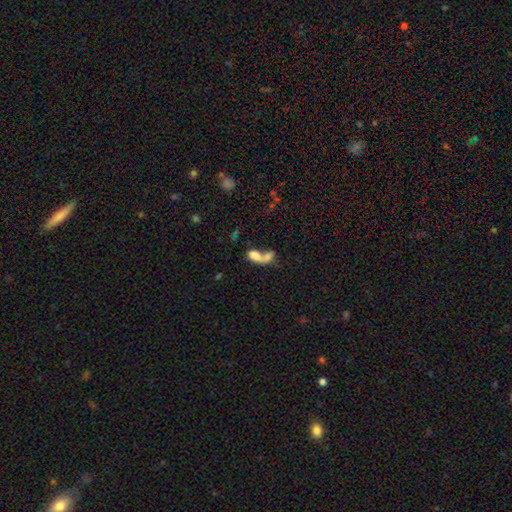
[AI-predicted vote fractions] A smooth galaxy with no disk features (68%) that is in between round and cigar-shaped (75%). Merging: merger (66%).